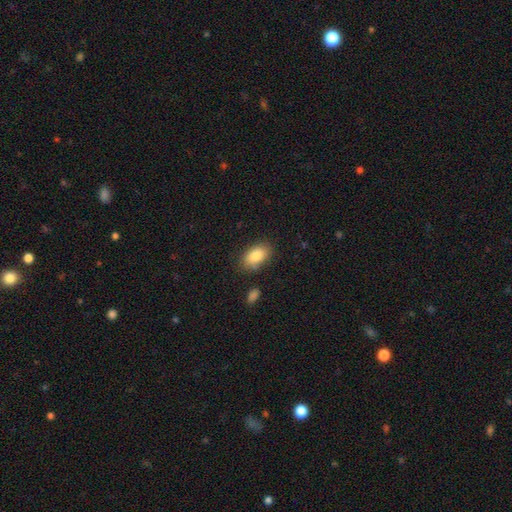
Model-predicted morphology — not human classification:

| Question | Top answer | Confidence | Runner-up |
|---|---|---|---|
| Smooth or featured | smooth | 84% | featured or disk (9%) |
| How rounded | in between | 90% | round (8%) |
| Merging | none | 79% | minor disturbance (14%) |